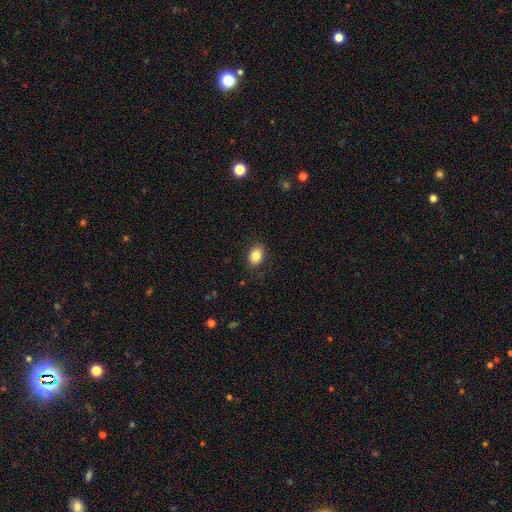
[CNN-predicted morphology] This appears to be a smooth galaxy with no disk features (83%) that is in between round and cigar-shaped (74%). Merging: none (86%).